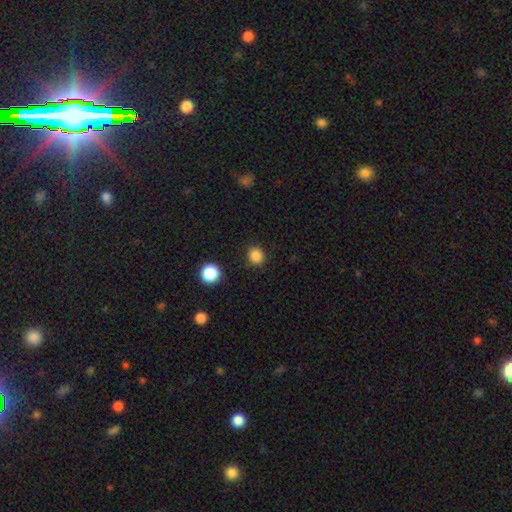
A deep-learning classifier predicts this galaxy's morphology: Smooth or featured: smooth — 85% (star or artifact — 12%)
How rounded: round — 86% (in between — 13%)
Merging: none — 88% (minor disturbance — 7%)